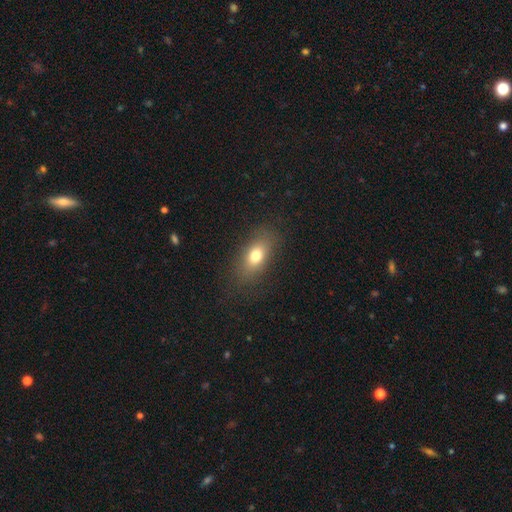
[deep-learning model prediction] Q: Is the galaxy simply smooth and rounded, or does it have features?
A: smooth — 74%.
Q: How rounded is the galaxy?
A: in between — 80%.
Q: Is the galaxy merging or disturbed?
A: none — 82%.